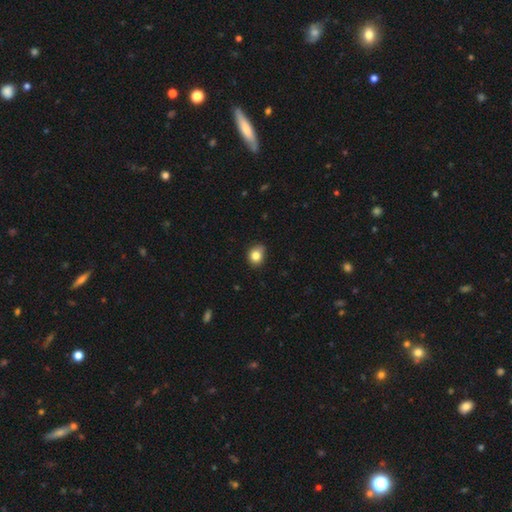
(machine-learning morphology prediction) type=smooth (83%); roundness=round (61%); merging=none (71%).